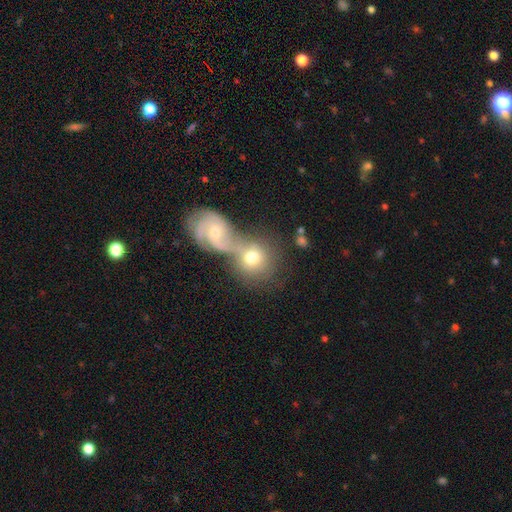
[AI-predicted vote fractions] Smooth or featured? smooth (47%)
Merging? merger (57%)